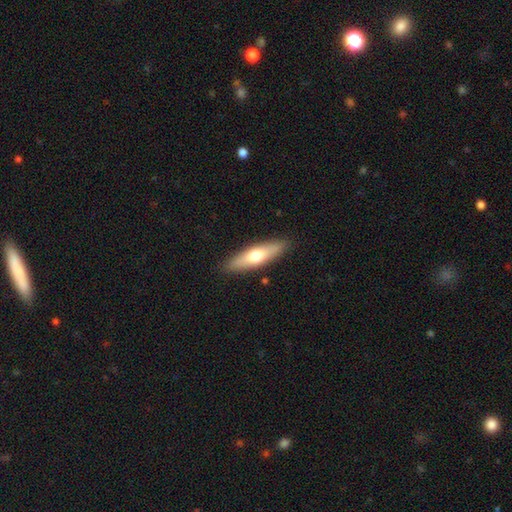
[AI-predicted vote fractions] This is possibly a smooth galaxy (59%). How rounded: likely cigar-shaped (62%). Merging: clearly none (89%).